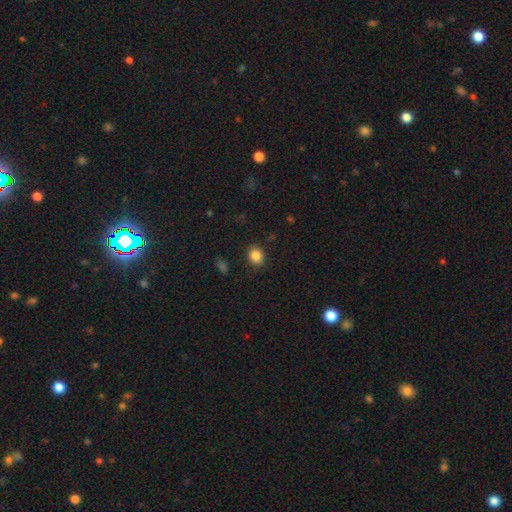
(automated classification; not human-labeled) Smooth or featured?
  - smooth: 85% *
  - star or artifact: 10%
  - featured or disk: 5%
How rounded?
  - round: 55% *
  - in between: 44%
  - cigar-shaped: 1%
Merging?
  - none: 87% *
  - minor disturbance: 10%
  - major disturbance: 3%
  - merger: 1%